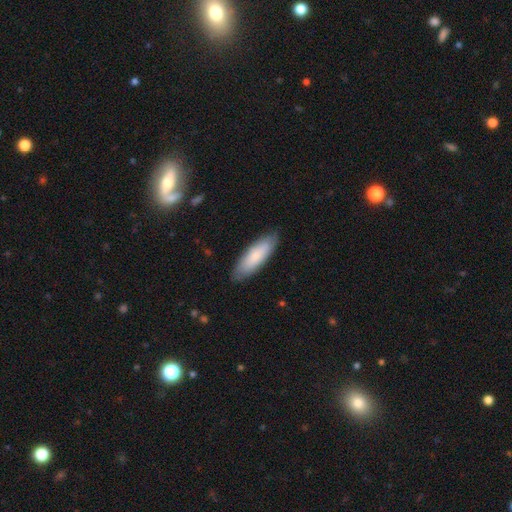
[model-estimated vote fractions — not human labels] smooth-or-featured: smooth: 78% | featured or disk: 16% | star or artifact: 5%
  how-rounded: in between: 51% | cigar-shaped: 48% | round: 1%
  merging: none: 85% | minor disturbance: 12% | major disturbance: 2% | merger: 1%